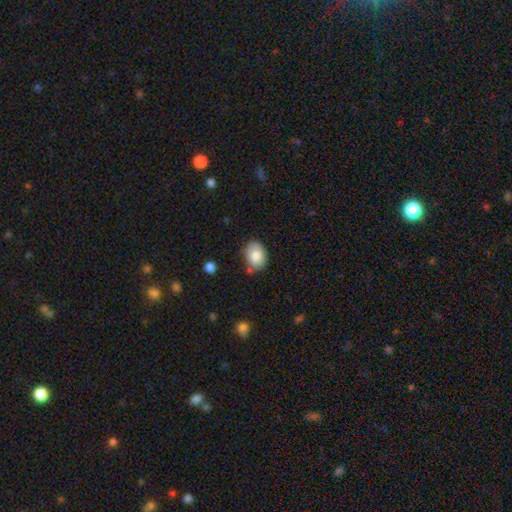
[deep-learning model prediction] Smooth or featured? smooth (83%)
How rounded? in between (73%)
Merging? none (75%)